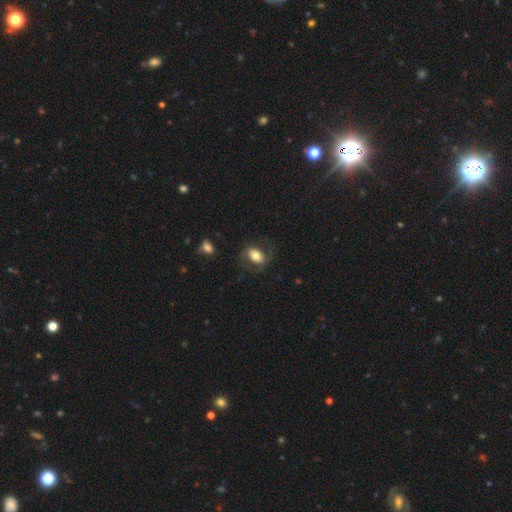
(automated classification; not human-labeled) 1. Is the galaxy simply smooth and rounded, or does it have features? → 58% smooth, 35% featured or disk, 7% star or artifact.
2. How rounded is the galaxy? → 78% in between, 19% round, 2% cigar-shaped.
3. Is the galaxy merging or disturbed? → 67% none, 17% minor disturbance, 14% major disturbance, 2% merger.